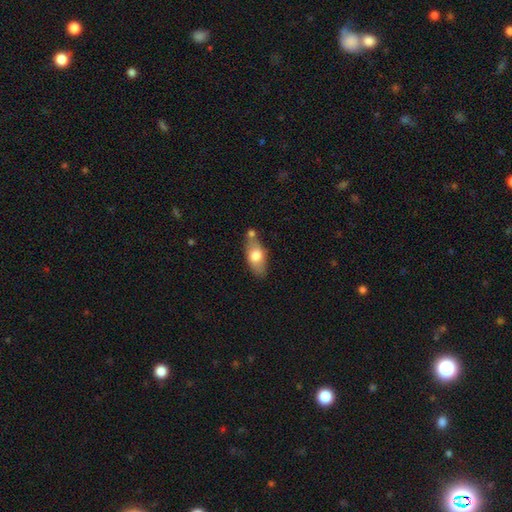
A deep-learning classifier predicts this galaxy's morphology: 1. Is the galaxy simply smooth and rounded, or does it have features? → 70% smooth, 24% featured or disk, 6% star or artifact.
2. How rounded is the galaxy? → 84% in between, 11% cigar-shaped, 5% round.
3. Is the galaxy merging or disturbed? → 62% none, 18% minor disturbance, 17% merger, 4% major disturbance.